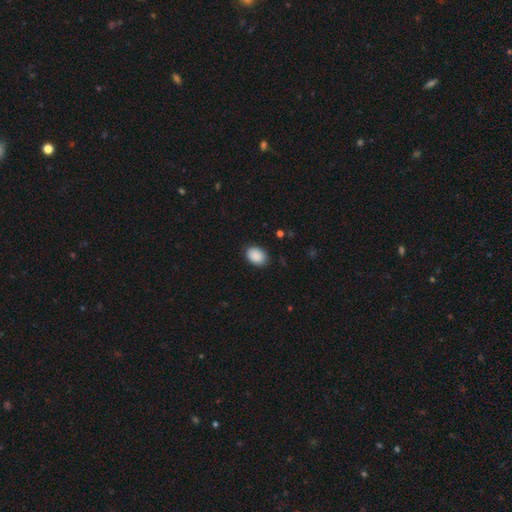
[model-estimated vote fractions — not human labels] Smooth or featured?
  - smooth: 91% *
  - star or artifact: 7%
  - featured or disk: 3%
How rounded?
  - in between: 79% *
  - round: 20%
  - cigar-shaped: 1%
Merging?
  - none: 87% *
  - minor disturbance: 10%
  - major disturbance: 2%
  - merger: 1%